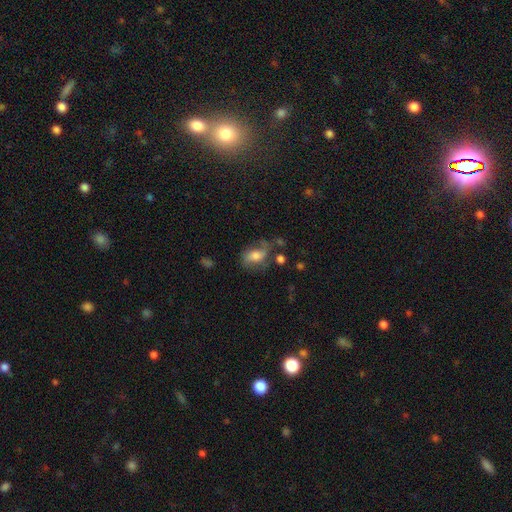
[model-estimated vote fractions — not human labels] A smooth galaxy with no disk features (50%). Merging: none (45%).